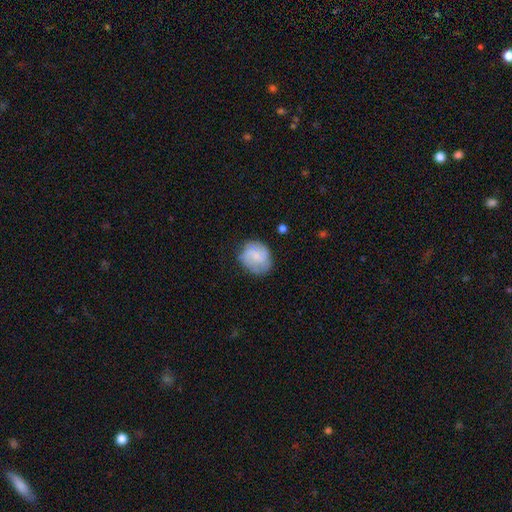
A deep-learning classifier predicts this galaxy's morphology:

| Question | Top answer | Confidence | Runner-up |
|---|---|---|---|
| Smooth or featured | smooth | 57% | featured or disk (36%) |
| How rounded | round | 71% | in between (28%) |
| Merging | none | 70% | minor disturbance (21%) |